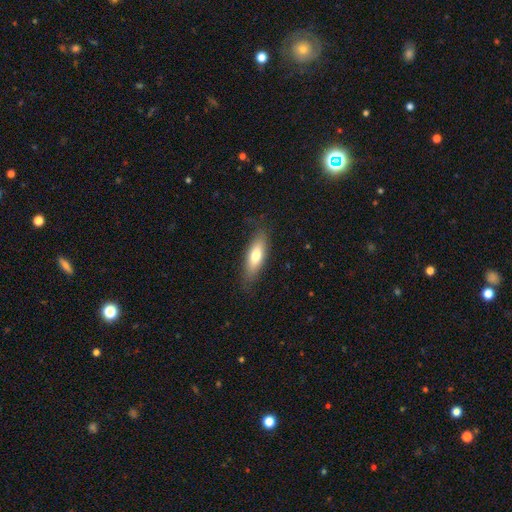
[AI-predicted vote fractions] Overall: smooth (68%). How rounded: in between (56%; cigar-shaped 41%). Merging: none (81%).